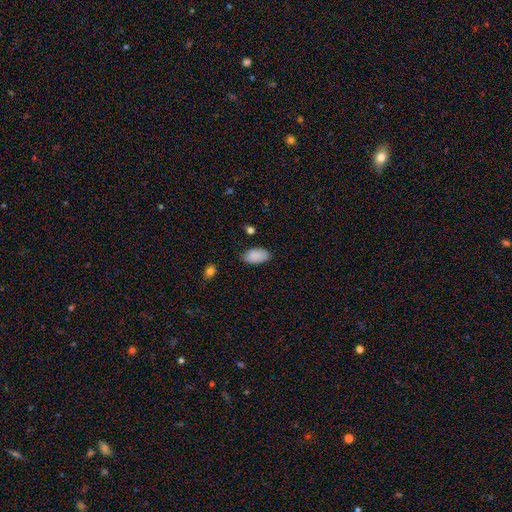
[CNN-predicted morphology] The model was most divided on "merging": none: 80%, minor disturbance: 15%, major disturbance: 3%, merger: 2%. More confident: how rounded — in between (95%); smooth or featured — smooth (89%).